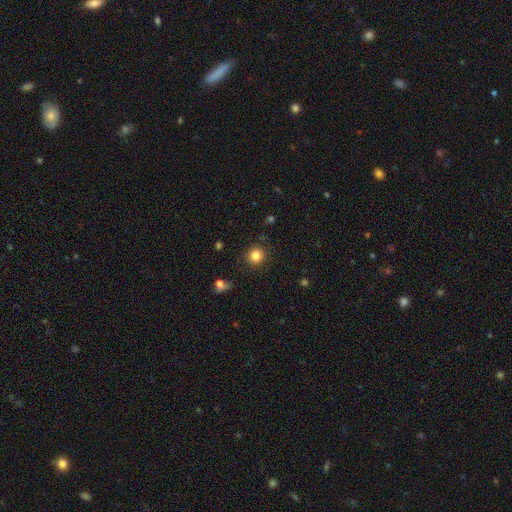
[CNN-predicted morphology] The model was most divided on "smooth or featured": smooth: 83%, star or artifact: 12%, featured or disk: 6%. More confident: how rounded — round (92%); merging — none (89%).